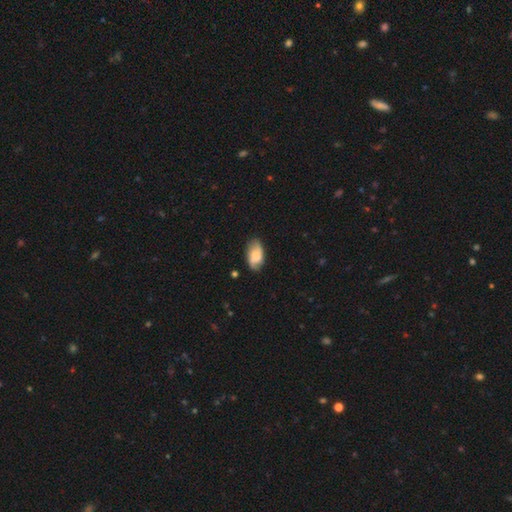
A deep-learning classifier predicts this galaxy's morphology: type=smooth (52%); roundness=in between (92%); merging=none (74%).